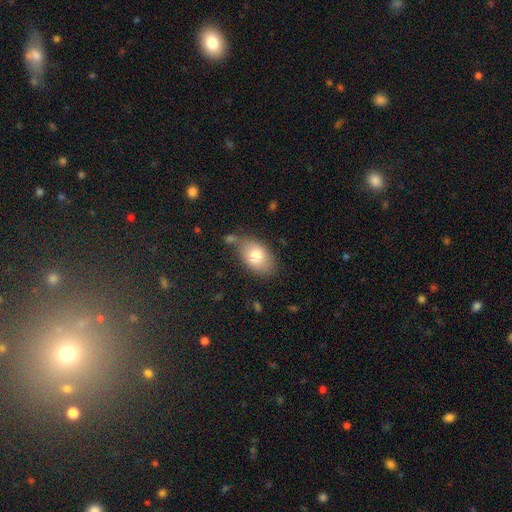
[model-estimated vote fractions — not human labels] Q: Smooth or featured?
A: smooth (78%); runner-up: featured or disk (15%)
Q: How rounded?
A: in between (89%); runner-up: round (10%)
Q: Merging?
A: none (64%); runner-up: minor disturbance (21%)